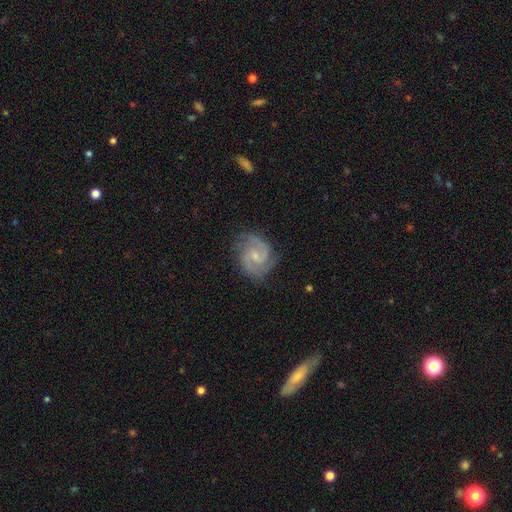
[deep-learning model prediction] This appears to be a featured or disk galaxy (90%) with no bar (52%), 2 (88%) medium (52%) spiral arms (98%) and a small central bulge (68%). Merging: none (80%).